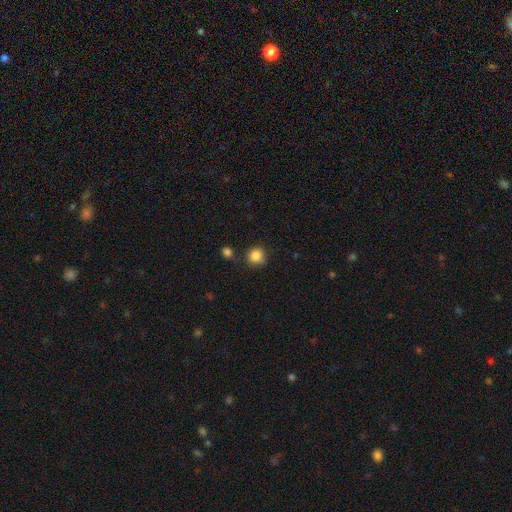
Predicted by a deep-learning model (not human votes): smooth 86%, star or artifact 10%, featured or disk 4%. Down the decision tree: how rounded — round (92%); merging — none (77%).